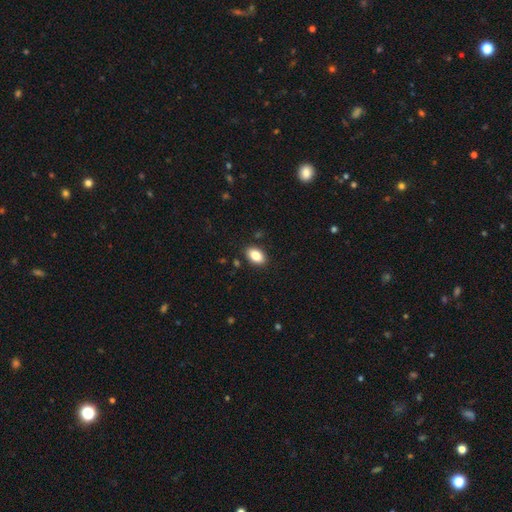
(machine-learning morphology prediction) Smooth or featured?
  - smooth: 84% *
  - star or artifact: 8%
  - featured or disk: 8%
How rounded?
  - in between: 90% *
  - round: 8%
  - cigar-shaped: 2%
Merging?
  - none: 88% *
  - minor disturbance: 9%
  - major disturbance: 2%
  - merger: 1%